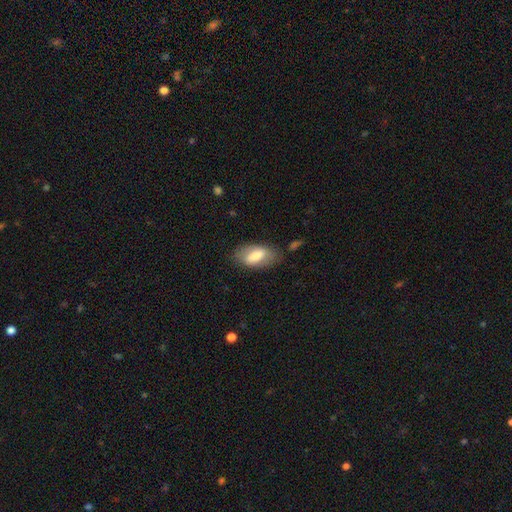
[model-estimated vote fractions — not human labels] A smooth galaxy with no disk features (66%) that is in between round and cigar-shaped (91%).

Vote fractions:
- Smooth or featured? smooth: 66% / featured or disk: 28% / star or artifact: 6%
- How rounded? in between: 91% / cigar-shaped: 6% / round: 4%
- Merging? none: 75% / minor disturbance: 17% / major disturbance: 6% / merger: 3%